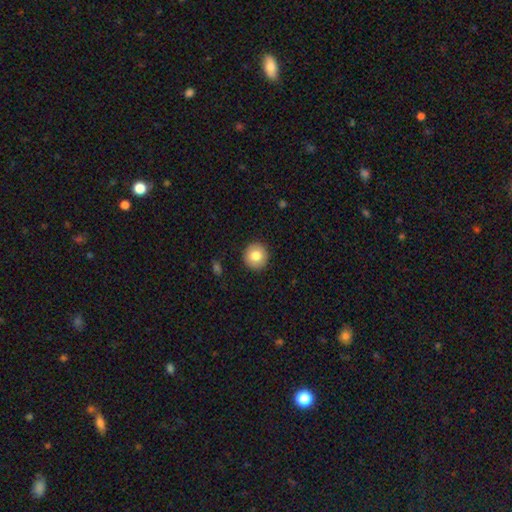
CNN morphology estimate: smooth-or-featured: smooth: 80% | featured or disk: 12% | star or artifact: 8%
  how-rounded: round: 93% | in between: 6% | cigar-shaped: 1%
  merging: none: 92% | minor disturbance: 6% | major disturbance: 2% | merger: 1%